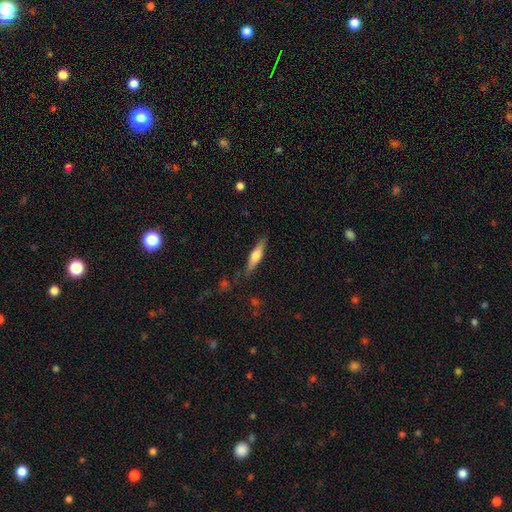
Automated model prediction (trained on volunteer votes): Smooth or featured? smooth (53%)
How rounded? cigar-shaped (78%)
Merging? none (82%)